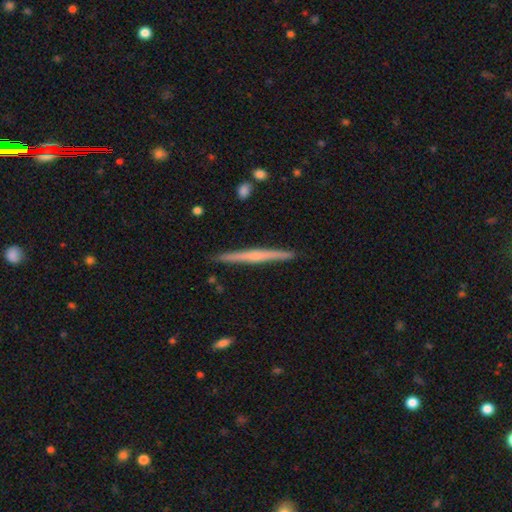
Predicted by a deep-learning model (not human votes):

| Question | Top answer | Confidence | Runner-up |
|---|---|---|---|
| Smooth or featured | featured or disk | 63% | smooth (31%) |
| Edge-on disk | yes | 98% | no (2%) |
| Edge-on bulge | rounded | 45% | tied: none (45%) |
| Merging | none | 92% | minor disturbance (6%) |